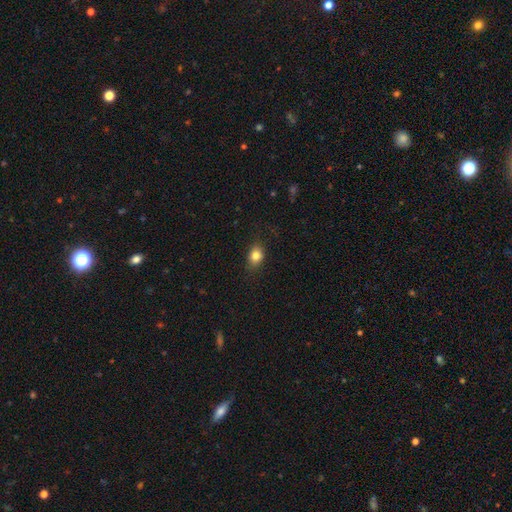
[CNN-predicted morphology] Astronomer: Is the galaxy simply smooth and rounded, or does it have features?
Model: smooth — 82%.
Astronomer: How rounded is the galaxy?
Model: in between — 60% (runner-up: round, 38%).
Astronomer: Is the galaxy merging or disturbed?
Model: none — 82%.